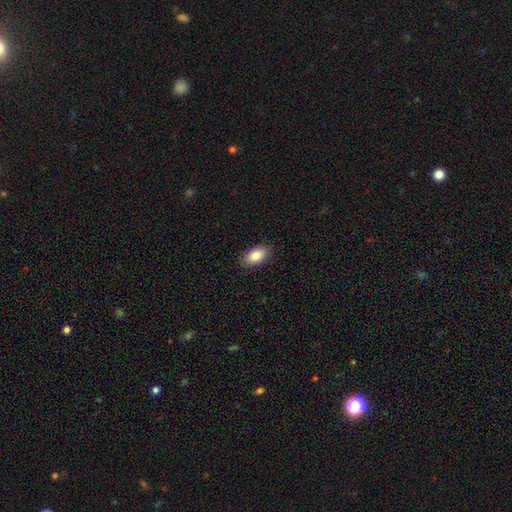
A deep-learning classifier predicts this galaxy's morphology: smooth-or-featured: smooth: 85% | featured or disk: 9% | star or artifact: 7%
  how-rounded: in between: 93% | round: 4% | cigar-shaped: 3%
  merging: none: 88% | minor disturbance: 9% | major disturbance: 2% | merger: 1%